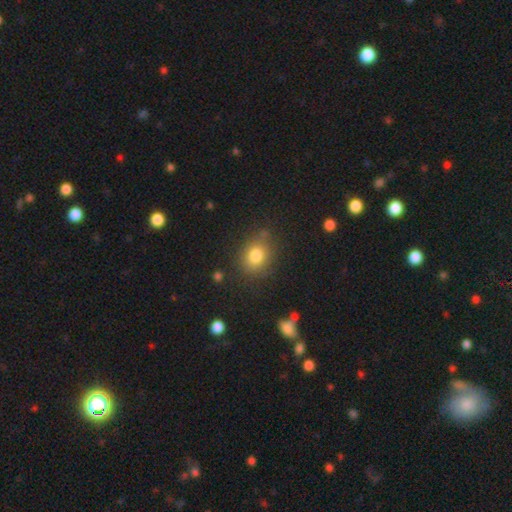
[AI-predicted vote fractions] Smooth or featured? Predicted: smooth (p=0.81). How rounded? Predicted: round (p=0.59). Merging? Predicted: none (p=0.79).